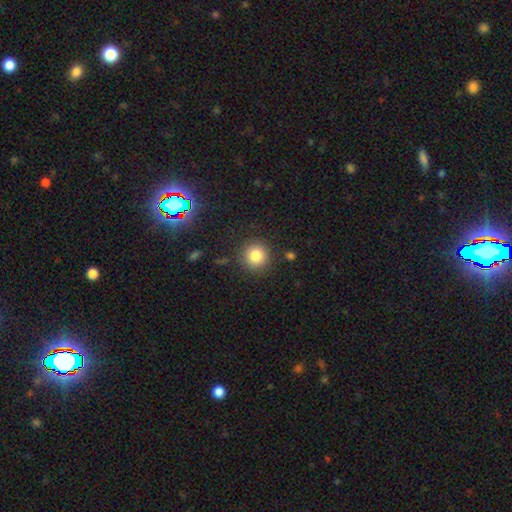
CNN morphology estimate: Smooth or featured? smooth (82%)
How rounded? round (94%)
Merging? none (89%)